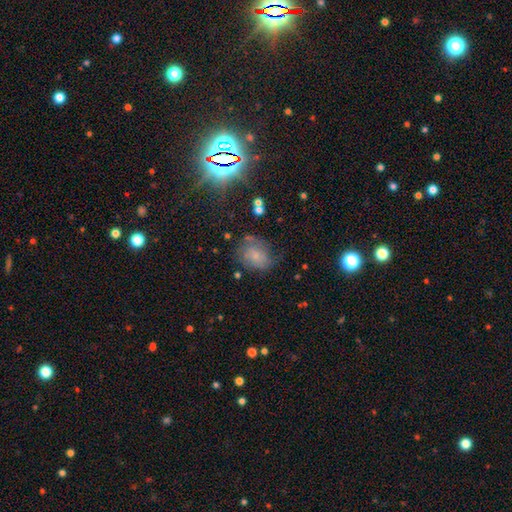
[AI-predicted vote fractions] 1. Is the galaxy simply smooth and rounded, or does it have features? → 54% smooth, 30% featured or disk, 15% star or artifact.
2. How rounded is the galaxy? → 50% in between, 49% round, 1% cigar-shaped.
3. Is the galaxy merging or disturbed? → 54% none, 27% minor disturbance, 15% major disturbance, 4% merger.